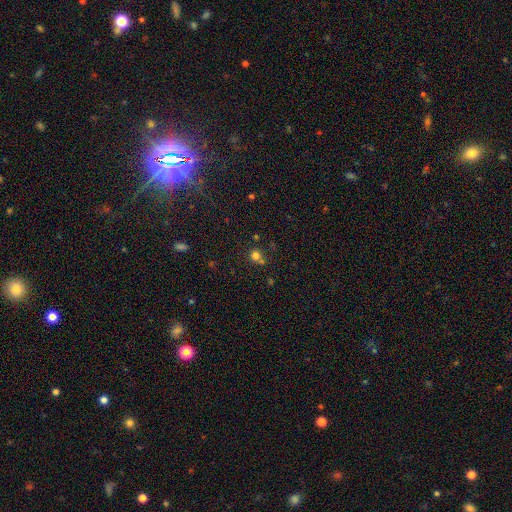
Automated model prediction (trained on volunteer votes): Smooth or featured?
  - smooth: 74% *
  - star or artifact: 18%
  - featured or disk: 8%
How rounded?
  - round: 88% *
  - in between: 11%
  - cigar-shaped: 1%
Merging?
  - none: 61% *
  - merger: 24%
  - minor disturbance: 10%
  - major disturbance: 5%